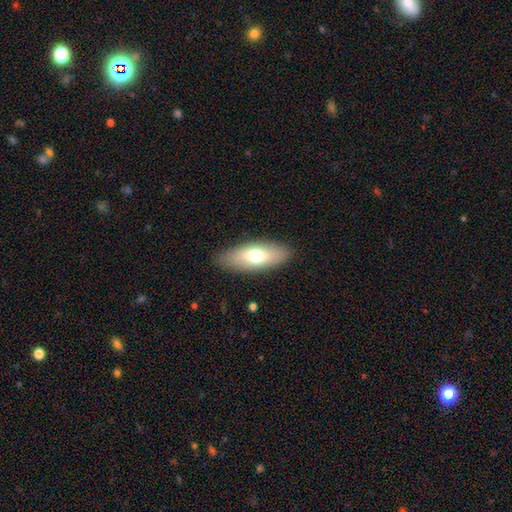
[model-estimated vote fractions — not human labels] Overall: smooth (68%). How rounded: in between (74%). Merging: none (86%).